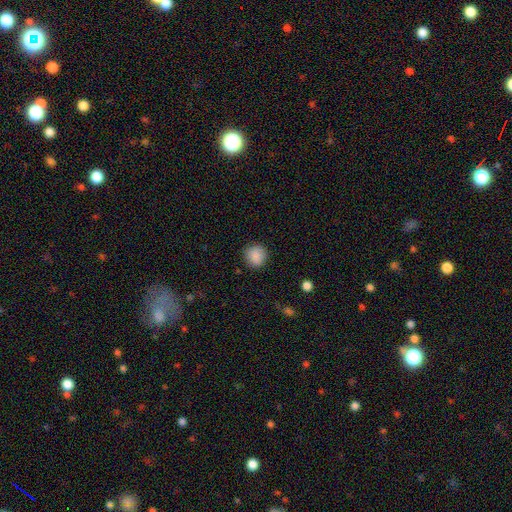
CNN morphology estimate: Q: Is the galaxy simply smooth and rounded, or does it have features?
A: smooth — 88%.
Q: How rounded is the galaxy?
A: round — 89%.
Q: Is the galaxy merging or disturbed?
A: none — 89%.